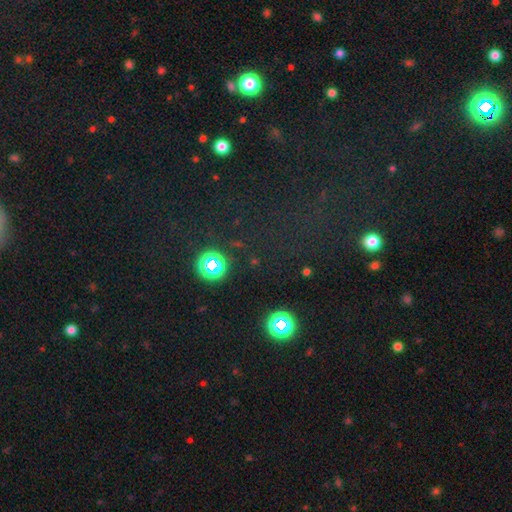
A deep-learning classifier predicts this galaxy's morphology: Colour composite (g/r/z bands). It shows a star or artifact, not a galaxy (62%).